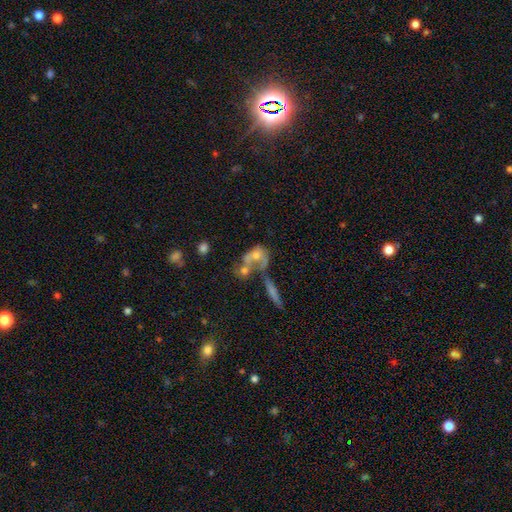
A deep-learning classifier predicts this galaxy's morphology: A smooth galaxy with no disk features (44%). Merging: merger (55%).